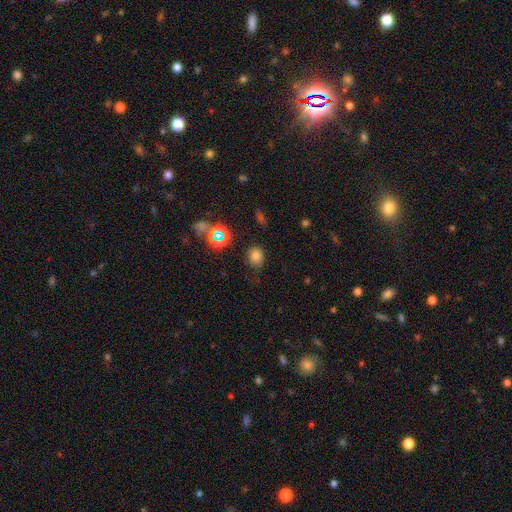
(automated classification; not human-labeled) Smooth or featured? smooth (73%)
How rounded? round (65%)
Merging? none (75%)